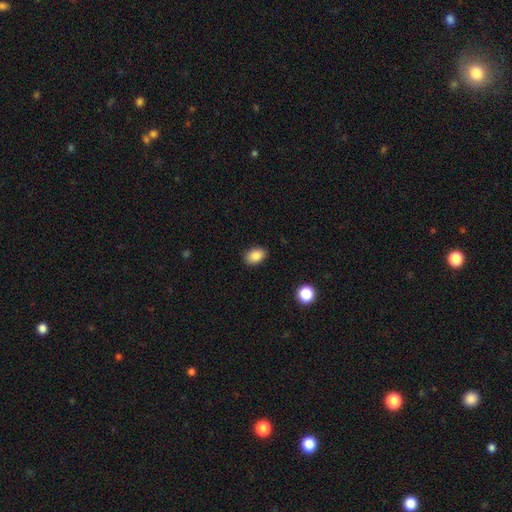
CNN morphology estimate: Smooth or featured?
  - smooth: 86% *
  - star or artifact: 9%
  - featured or disk: 5%
How rounded?
  - in between: 80% *
  - round: 19%
  - cigar-shaped: 1%
Merging?
  - none: 87% *
  - minor disturbance: 10%
  - major disturbance: 2%
  - merger: 1%